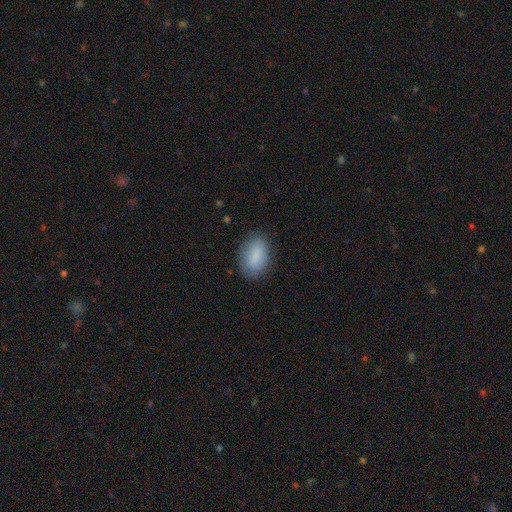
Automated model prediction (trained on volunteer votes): smooth 86%, featured or disk 7%, star or artifact 7%. Down the decision tree: how rounded — in between (88%); merging — none (82%).